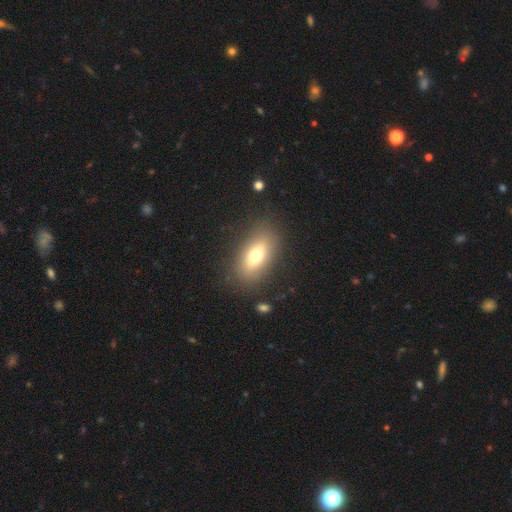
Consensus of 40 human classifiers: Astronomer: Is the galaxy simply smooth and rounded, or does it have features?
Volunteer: smooth — 72%.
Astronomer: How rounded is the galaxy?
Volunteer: in between — 90%.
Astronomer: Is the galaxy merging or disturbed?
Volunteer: none — 88%.